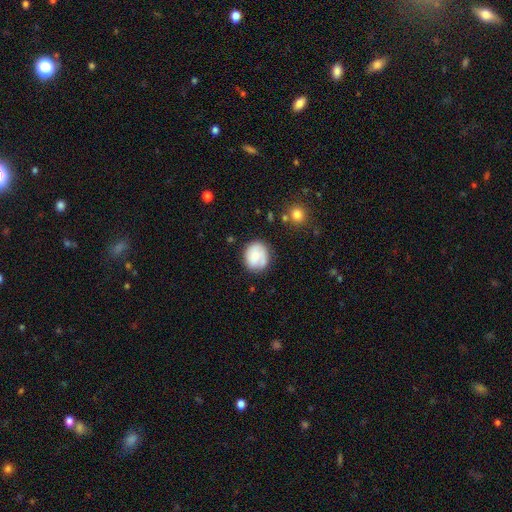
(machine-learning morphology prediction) Smooth or featured?
  - smooth: 60% *
  - featured or disk: 32%
  - star or artifact: 8%
How rounded?
  - round: 67% *
  - in between: 32%
  - cigar-shaped: 1%
Merging?
  - none: 69% *
  - minor disturbance: 21%
  - major disturbance: 7%
  - merger: 3%